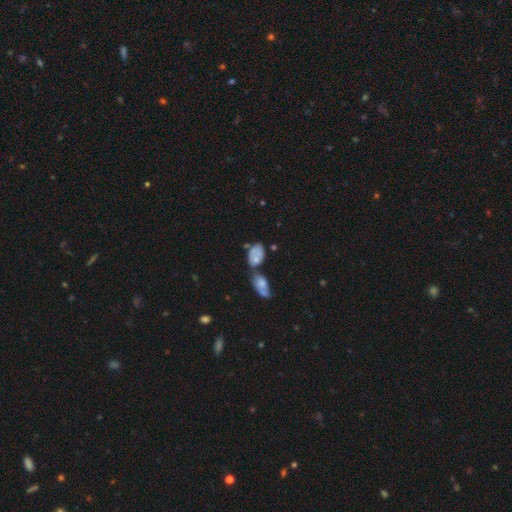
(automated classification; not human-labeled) This is likely a smooth galaxy (65%). How rounded: clearly in between (84%). Merging: marginally merger (42%).